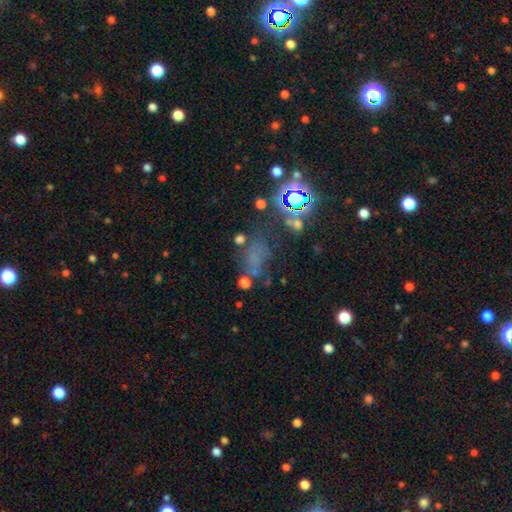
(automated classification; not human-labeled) Morphology: type=smooth (43%); merging=none (49%).